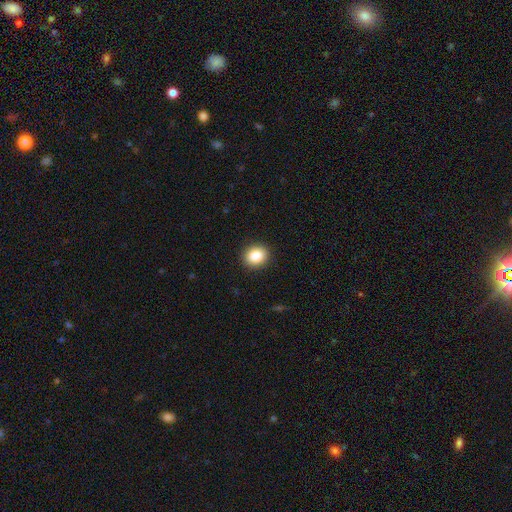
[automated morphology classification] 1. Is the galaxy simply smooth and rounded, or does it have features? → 86% smooth, 9% star or artifact, 5% featured or disk.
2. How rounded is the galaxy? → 66% round, 33% in between, 1% cigar-shaped.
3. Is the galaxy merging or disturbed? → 91% none, 6% minor disturbance, 2% major disturbance, 1% merger.